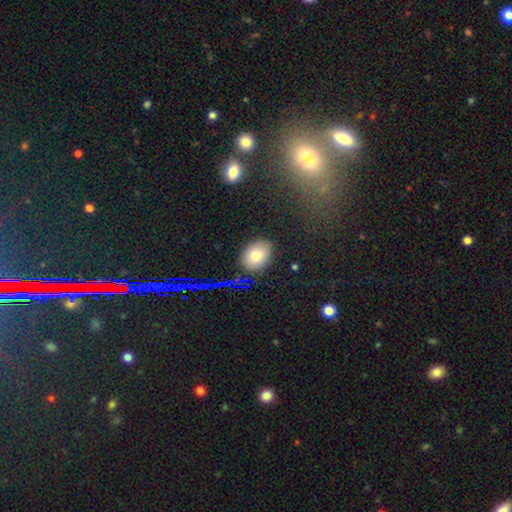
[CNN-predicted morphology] smooth_or_featured: smooth (p=0.80) [alt: star or artifact p=0.11]
how_rounded: in between (p=0.69) [alt: round p=0.30]
merging: none (p=0.86) [alt: minor disturbance p=0.10]